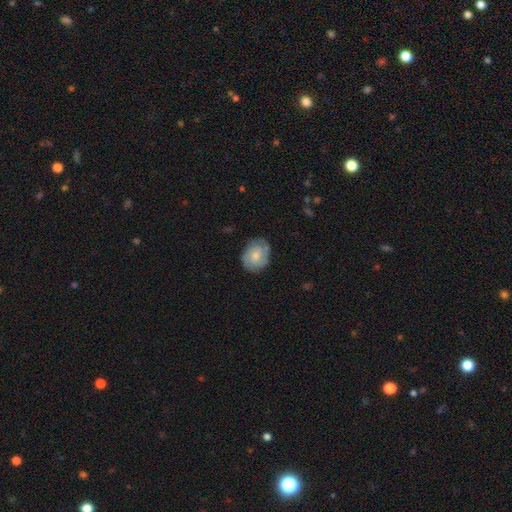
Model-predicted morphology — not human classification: Smooth or featured?
  - smooth: 47% *
  - featured or disk: 46%
  - star or artifact: 7%
Merging?
  - none: 75% *
  - minor disturbance: 19%
  - major disturbance: 5%
  - merger: 1%